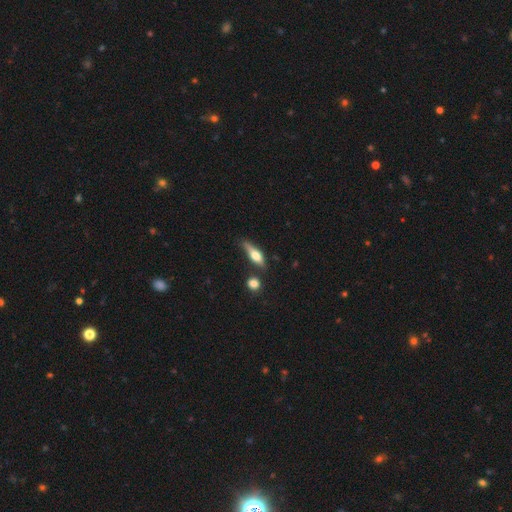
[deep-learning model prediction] smooth_or_featured: smooth (p=0.52) [alt: featured or disk p=0.41]
how_rounded: cigar-shaped (p=0.52) [alt: in between p=0.43]
merging: none (p=0.58) [alt: minor disturbance p=0.24]